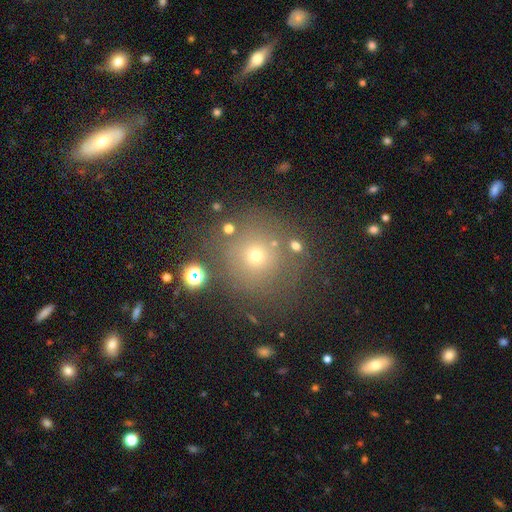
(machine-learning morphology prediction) smooth-or-featured: smooth: 64% | star or artifact: 24% | featured or disk: 12%
  how-rounded: round: 93% | in between: 6% | cigar-shaped: 1%
  merging: none: 78% | minor disturbance: 11% | major disturbance: 6% | merger: 4%